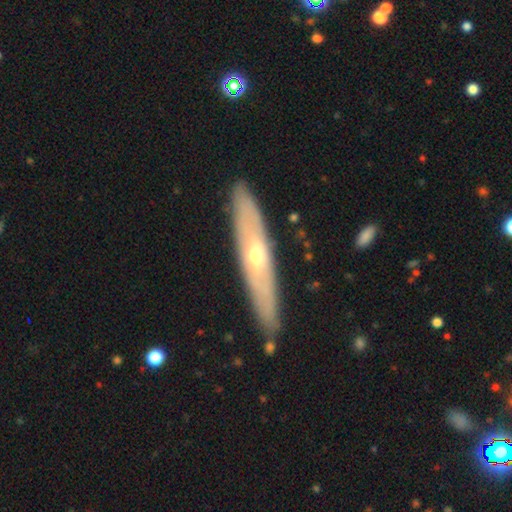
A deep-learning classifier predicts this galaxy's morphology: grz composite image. It shows a featured or disk galaxy (68%) viewed edge-on (67%). Merging: none (87%).